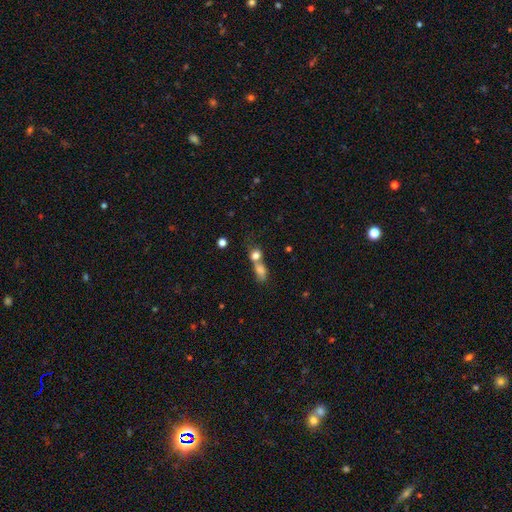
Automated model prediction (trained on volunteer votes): This appears to be a smooth galaxy with no disk features (76%) that is round (52%). Merging: merger (68%).